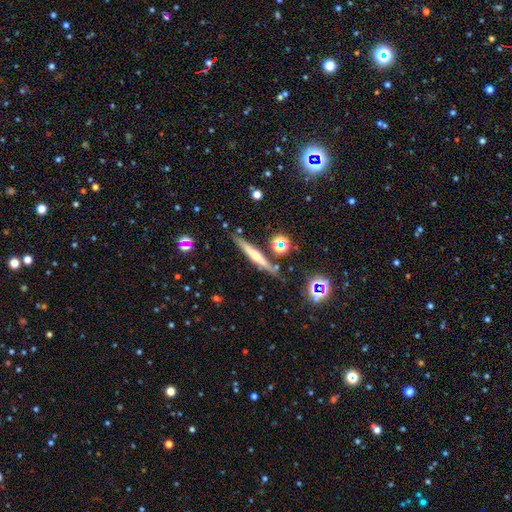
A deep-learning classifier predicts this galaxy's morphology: Smooth or featured: featured or disk — 46% (smooth — 42%)
Merging: none — 81% (minor disturbance — 12%)